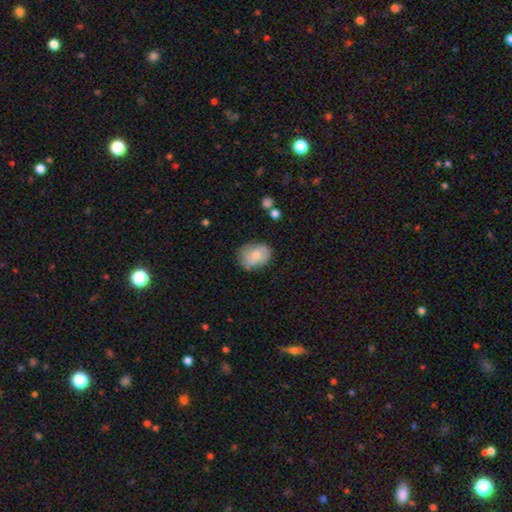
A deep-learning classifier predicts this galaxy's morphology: smooth_or_featured: smooth (p=0.68) [alt: featured or disk p=0.25]
how_rounded: in between (p=0.59) [alt: round p=0.40]
merging: none (p=0.64) [alt: minor disturbance p=0.26]